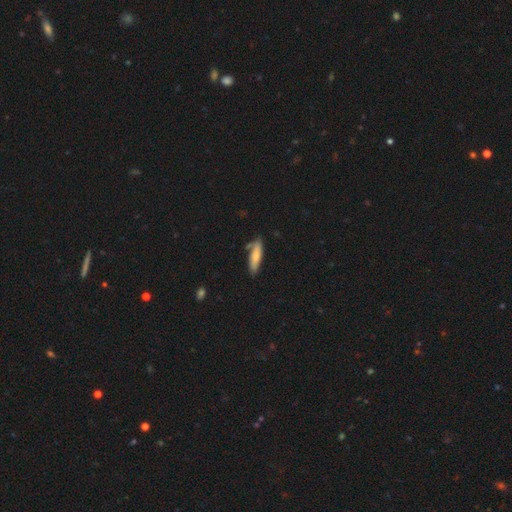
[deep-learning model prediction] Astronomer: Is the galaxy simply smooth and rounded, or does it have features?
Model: smooth — 73%.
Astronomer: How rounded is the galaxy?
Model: cigar-shaped — 65%.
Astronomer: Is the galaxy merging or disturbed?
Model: none — 71%.